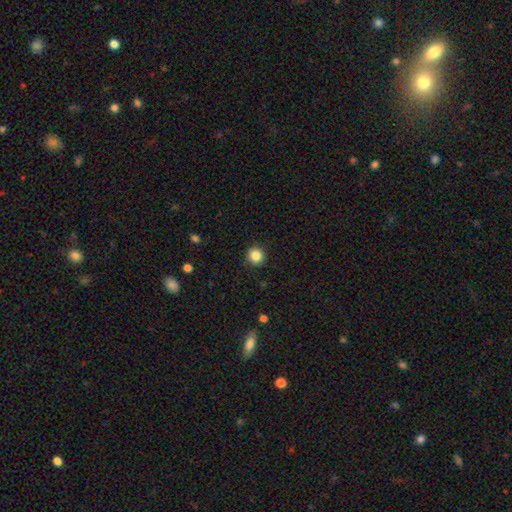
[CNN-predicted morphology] Smooth or featured? smooth (85%)
How rounded? round (95%)
Merging? none (92%)